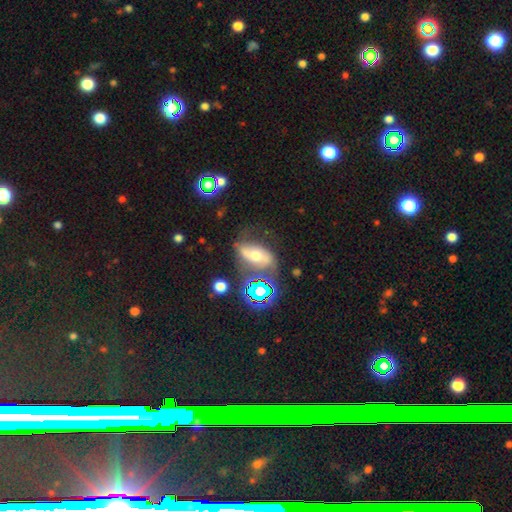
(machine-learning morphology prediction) The model was most divided on "merging": none: 51%, minor disturbance: 24%, major disturbance: 17%, merger: 8%. More confident: edge-on disk — no (86%); smooth or featured — featured or disk (56%).